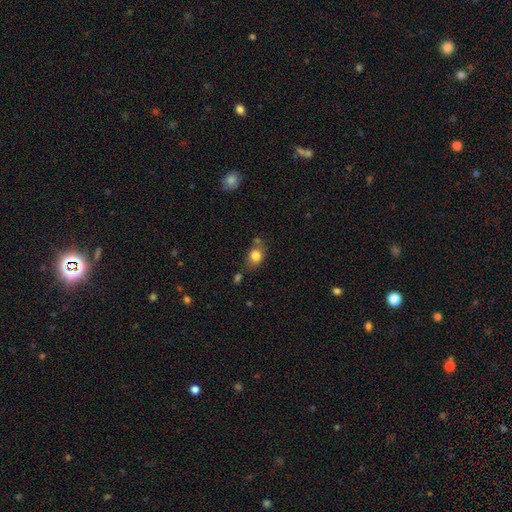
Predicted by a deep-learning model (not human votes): Smooth or featured?
  - smooth: 81% *
  - star or artifact: 10%
  - featured or disk: 9%
How rounded?
  - in between: 57% *
  - round: 41%
  - cigar-shaped: 2%
Merging?
  - none: 58% *
  - minor disturbance: 21%
  - merger: 14%
  - major disturbance: 6%